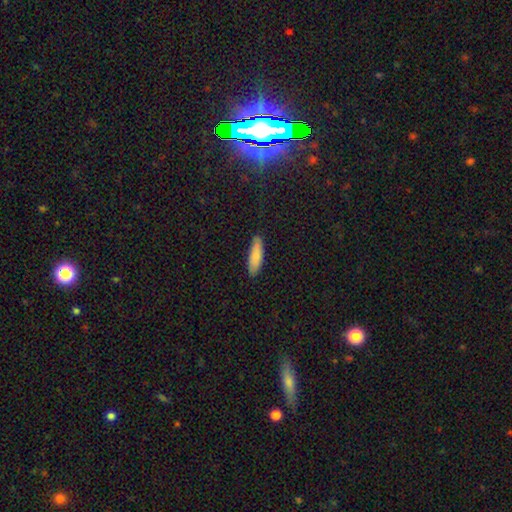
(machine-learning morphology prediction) A smooth galaxy with no disk features (83%) that is cigar-shaped (55%).

Vote fractions:
- Smooth or featured? smooth: 83% / featured or disk: 10% / star or artifact: 6%
- How rounded? cigar-shaped: 55% / in between: 44% / round: 2%
- Merging? none: 81% / minor disturbance: 14% / major disturbance: 2% / merger: 2%